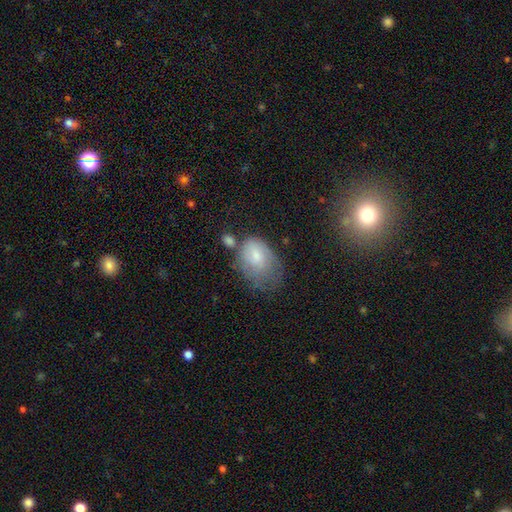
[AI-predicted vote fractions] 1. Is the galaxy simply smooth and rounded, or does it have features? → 68% smooth, 24% featured or disk, 8% star or artifact.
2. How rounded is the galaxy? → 78% in between, 20% round, 1% cigar-shaped.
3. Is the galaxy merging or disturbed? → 32% minor disturbance, 28% major disturbance, 27% none, 13% merger.